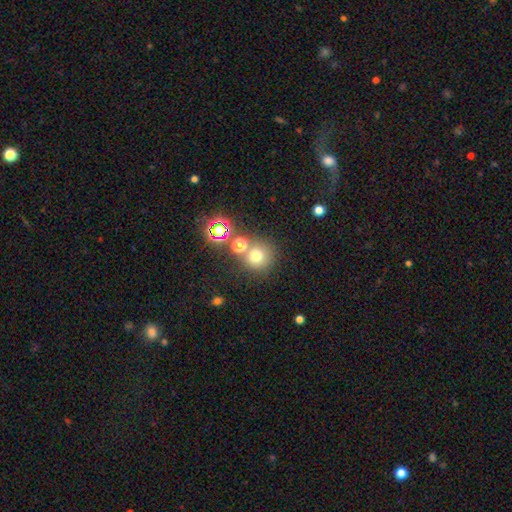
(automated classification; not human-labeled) Smooth or featured?
  - smooth: 69% *
  - star or artifact: 22%
  - featured or disk: 9%
How rounded?
  - round: 92% *
  - in between: 7%
  - cigar-shaped: 1%
Merging?
  - none: 65% *
  - merger: 23%
  - minor disturbance: 8%
  - major disturbance: 4%